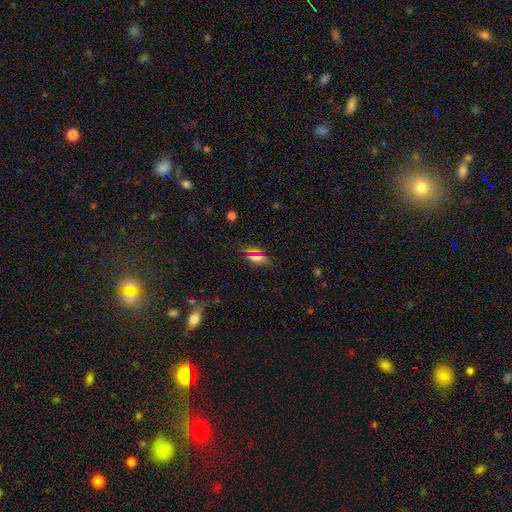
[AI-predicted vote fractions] Smooth or featured? Predicted: smooth (p=0.62). How rounded? Predicted: in between (p=0.81). Merging? Predicted: none (p=0.79).